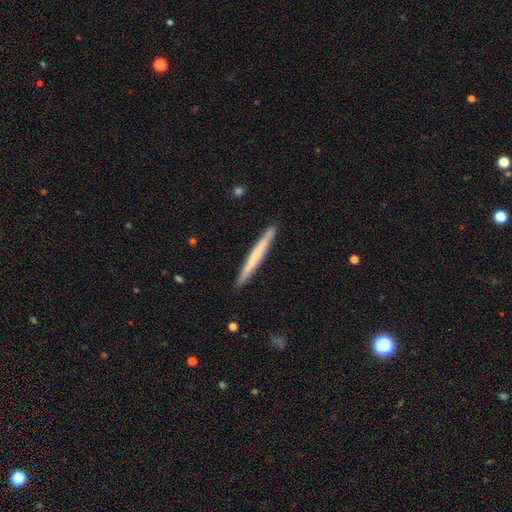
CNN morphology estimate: Smooth or featured?
  - smooth: 52% *
  - featured or disk: 42%
  - star or artifact: 5%
How rounded?
  - cigar-shaped: 97% *
  - in between: 2%
  - round: 1%
Merging?
  - none: 90% *
  - minor disturbance: 7%
  - merger: 1%
  - major disturbance: 1%